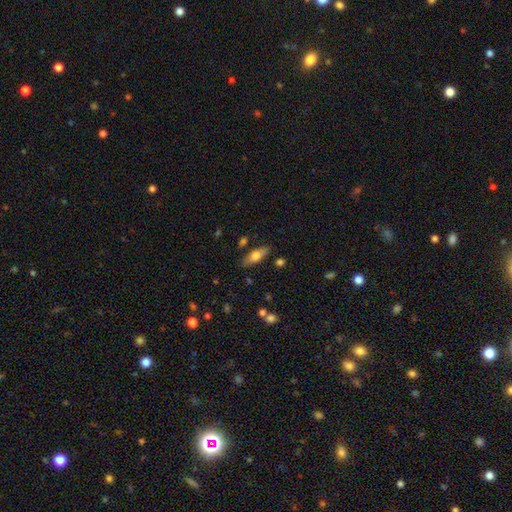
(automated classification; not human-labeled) The model was most divided on "how rounded": in between: 64%, cigar-shaped: 33%, round: 3%. More confident: merging — none (83%); smooth or featured — smooth (64%).